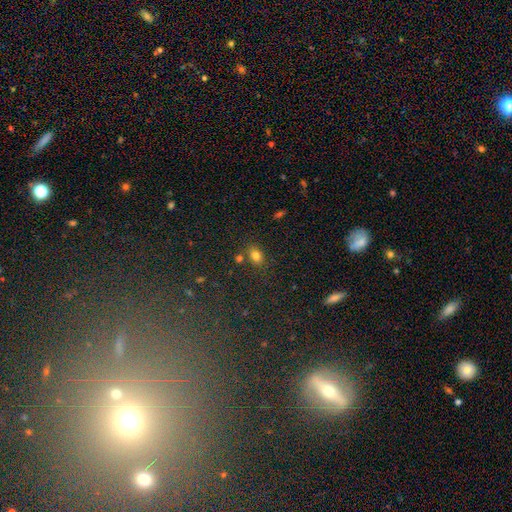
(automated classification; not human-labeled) smooth_or_featured: smooth (p=0.78) [alt: star or artifact p=0.14]
how_rounded: in between (p=0.68) [alt: round p=0.30]
merging: none (p=0.74) [alt: minor disturbance p=0.13]